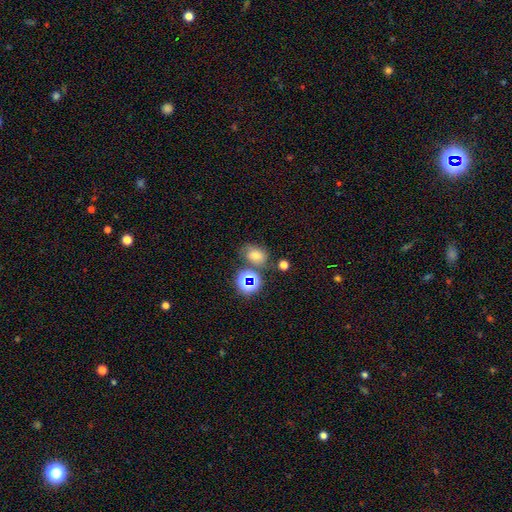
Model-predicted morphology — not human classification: Smooth or featured?
  - smooth: 54% *
  - star or artifact: 28%
  - featured or disk: 18%
How rounded?
  - in between: 67% *
  - round: 31%
  - cigar-shaped: 1%
Merging?
  - none: 57% *
  - minor disturbance: 19%
  - merger: 15%
  - major disturbance: 9%